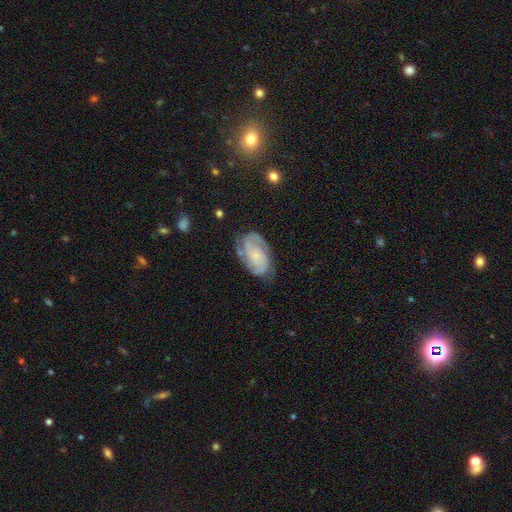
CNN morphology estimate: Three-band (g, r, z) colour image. It shows a featured or disk galaxy (82%) with no bar (67%), 2 (67%) tight (54%) spiral arms (96%) and a small central bulge (67%). Merging: none (73%).